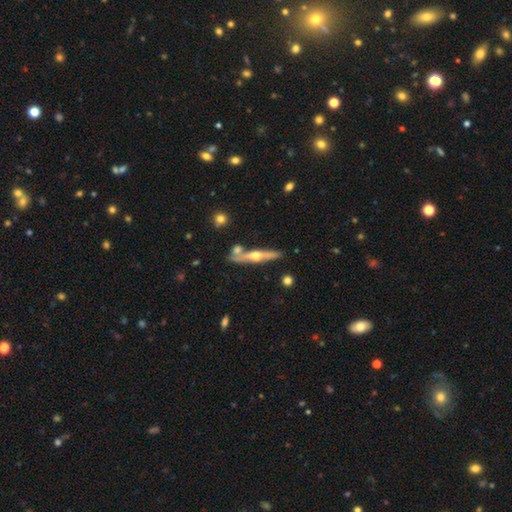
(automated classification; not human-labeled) smooth_or_featured: featured or disk (p=0.73) [alt: smooth p=0.21]
disk_edge_on: yes (p=0.95) [alt: no p=0.05]
edge_on_bulge: rounded (p=0.92) [alt: none p=0.04]
merging: none (p=0.75) [alt: minor disturbance p=0.12]